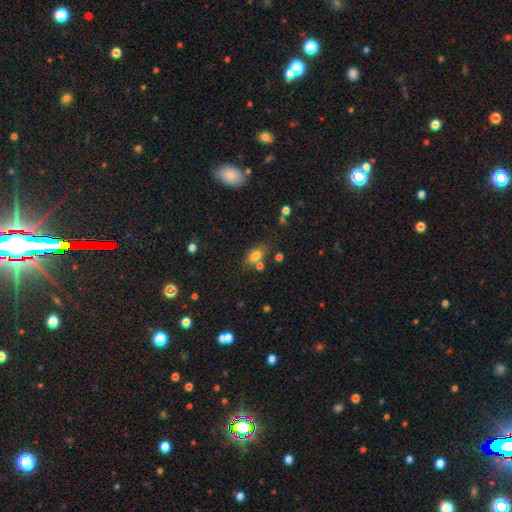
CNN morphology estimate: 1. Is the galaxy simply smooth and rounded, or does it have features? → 75% smooth, 13% star or artifact, 12% featured or disk.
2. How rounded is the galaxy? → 79% in between, 17% round, 4% cigar-shaped.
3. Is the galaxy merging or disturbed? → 61% none, 17% merger, 17% minor disturbance, 5% major disturbance.